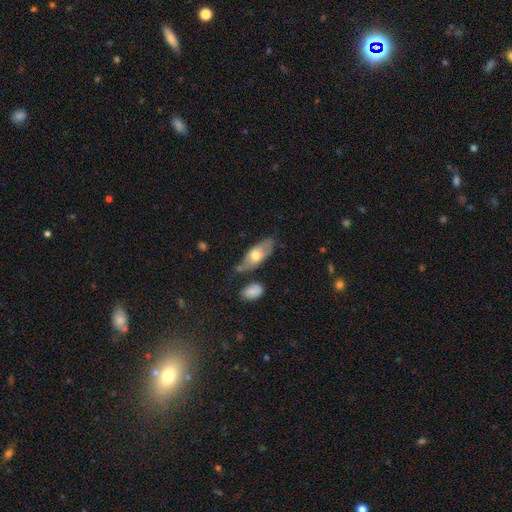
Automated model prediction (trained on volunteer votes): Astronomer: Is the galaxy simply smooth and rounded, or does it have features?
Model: smooth — 57% (runner-up: featured or disk, 37%).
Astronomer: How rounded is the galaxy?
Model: in between — 77%.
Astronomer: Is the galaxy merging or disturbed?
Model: none — 63%.